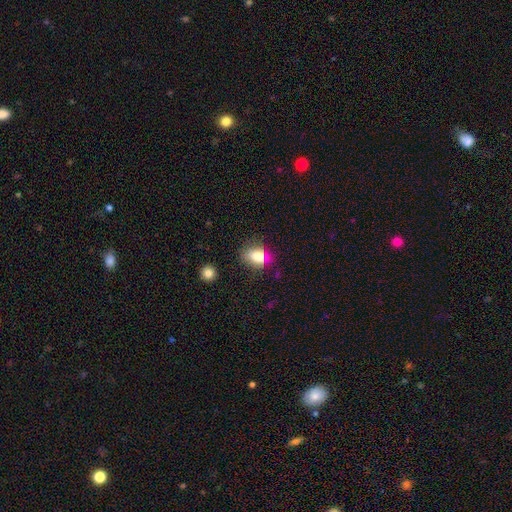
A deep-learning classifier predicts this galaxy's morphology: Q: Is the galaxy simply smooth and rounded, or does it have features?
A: smooth — 78%.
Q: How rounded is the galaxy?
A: in between — 67%.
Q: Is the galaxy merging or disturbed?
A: none — 72%.